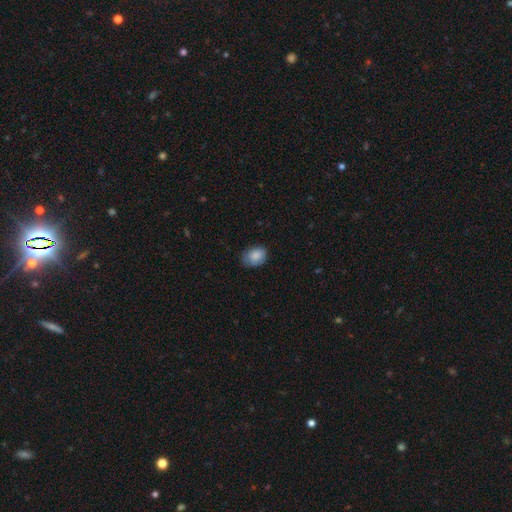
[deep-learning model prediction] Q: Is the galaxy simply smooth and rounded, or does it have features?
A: smooth — 86%.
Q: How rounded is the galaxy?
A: in between — 68%.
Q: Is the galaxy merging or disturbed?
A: none — 70%.